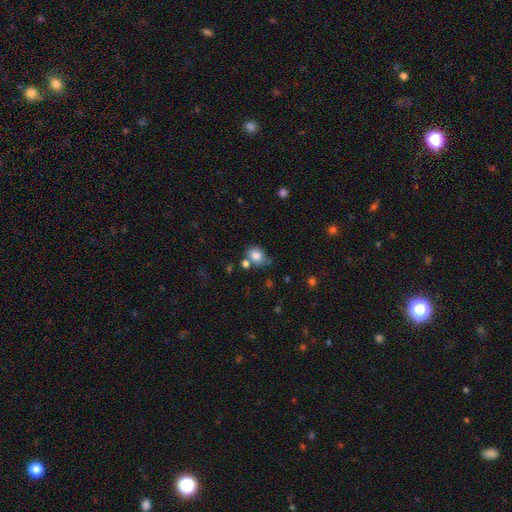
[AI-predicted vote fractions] A smooth galaxy with no disk features (83%) that is in between round and cigar-shaped (53%).

Vote fractions:
- Smooth or featured? smooth: 83% / star or artifact: 10% / featured or disk: 7%
- How rounded? in between: 53% / round: 46% / cigar-shaped: 1%
- Merging? none: 62% / minor disturbance: 17% / merger: 16% / major disturbance: 5%